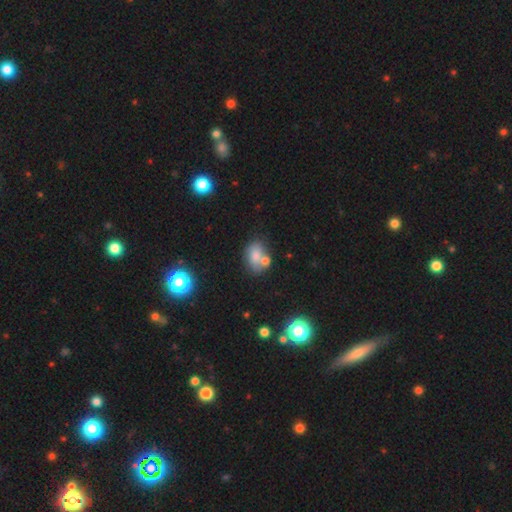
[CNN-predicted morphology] smooth_or_featured: smooth (p=0.71) [alt: featured or disk p=0.16]
how_rounded: in between (p=0.73) [alt: round p=0.26]
merging: none (p=0.43) [alt: merger p=0.34]